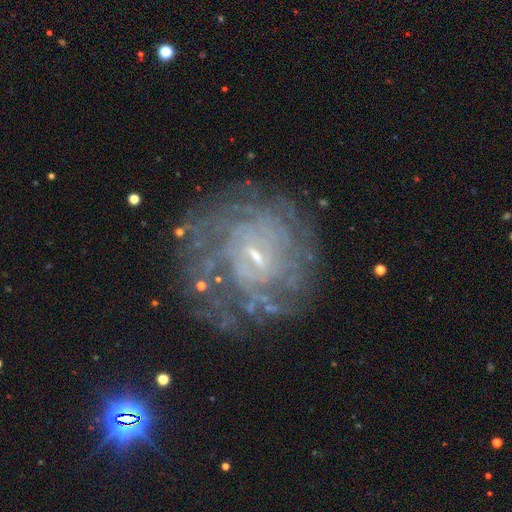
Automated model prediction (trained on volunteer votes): Morphology: type=featured or disk (82%); edge-on=no (97%); bar=weak (56%); spiral arms=yes (89%); winding=tight (73%); arm count=can't tell (49%); bulge=small (75%); merging=none (74%).